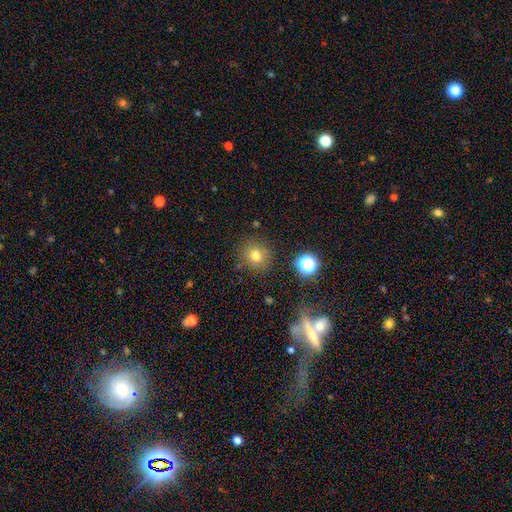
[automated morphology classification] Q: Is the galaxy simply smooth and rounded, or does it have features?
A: smooth — 75%.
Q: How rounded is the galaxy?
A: round — 89%.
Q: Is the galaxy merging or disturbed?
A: none — 85%.